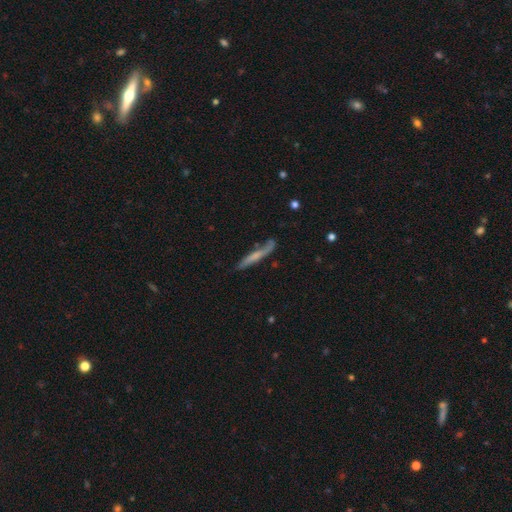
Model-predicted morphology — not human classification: Smooth or featured? Predicted: featured or disk (p=0.48). Merging? Predicted: none (p=0.63).